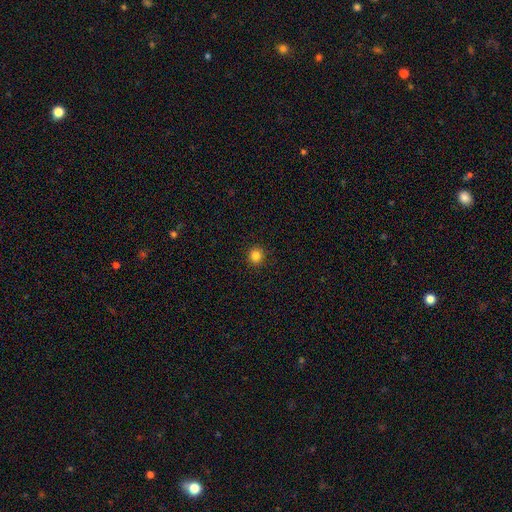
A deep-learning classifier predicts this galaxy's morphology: Smooth or featured? smooth (84%)
How rounded? round (92%)
Merging? none (91%)